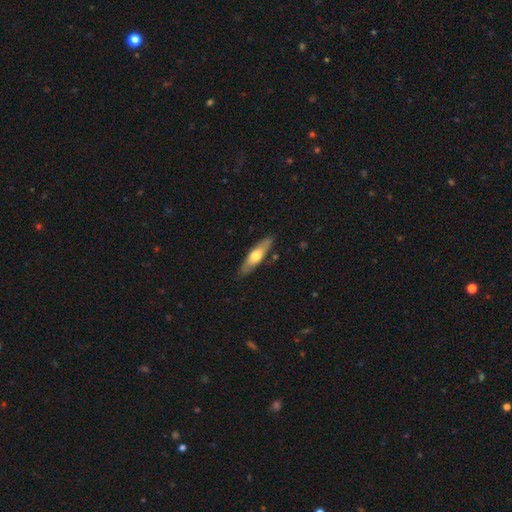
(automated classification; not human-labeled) A smooth galaxy with no disk features (54%) that is cigar-shaped (62%). Merging: none (84%).